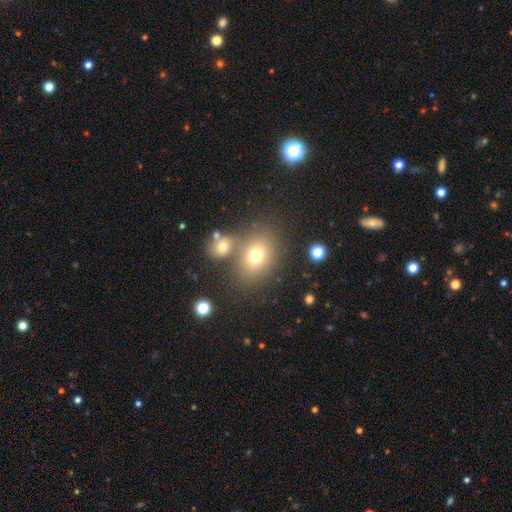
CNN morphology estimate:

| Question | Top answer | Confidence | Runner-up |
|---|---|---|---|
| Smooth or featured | smooth | 72% | featured or disk (14%) |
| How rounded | in between | 61% | round (38%) |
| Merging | none | 60% | merger (24%) |